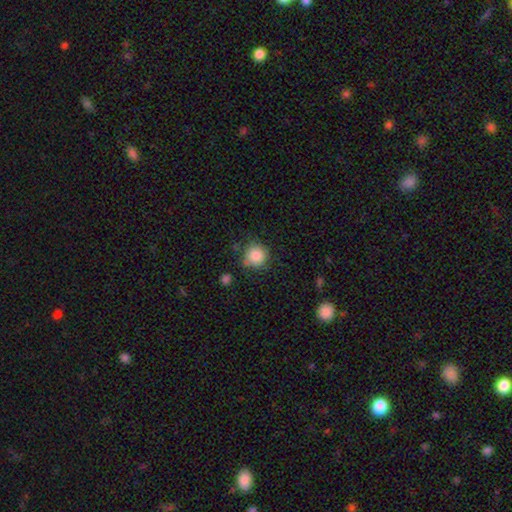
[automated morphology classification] The model was most divided on "merging": none: 74%, minor disturbance: 17%, major disturbance: 5%, merger: 4%. More confident: how rounded — round (92%); smooth or featured — smooth (86%).